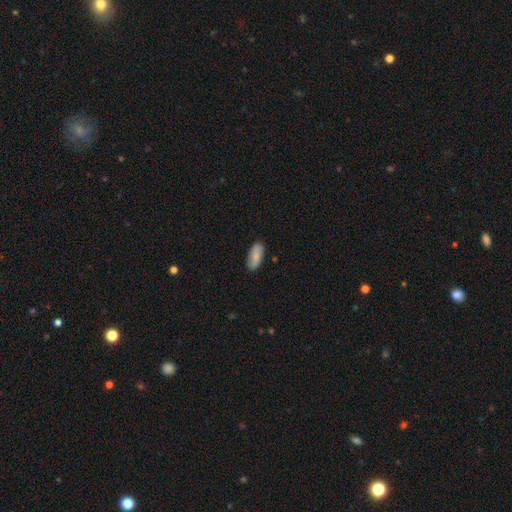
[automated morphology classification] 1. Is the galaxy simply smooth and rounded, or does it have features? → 77% smooth, 17% featured or disk, 6% star or artifact.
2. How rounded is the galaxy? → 82% in between, 15% cigar-shaped, 2% round.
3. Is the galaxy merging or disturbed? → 85% none, 11% minor disturbance, 2% major disturbance, 1% merger.